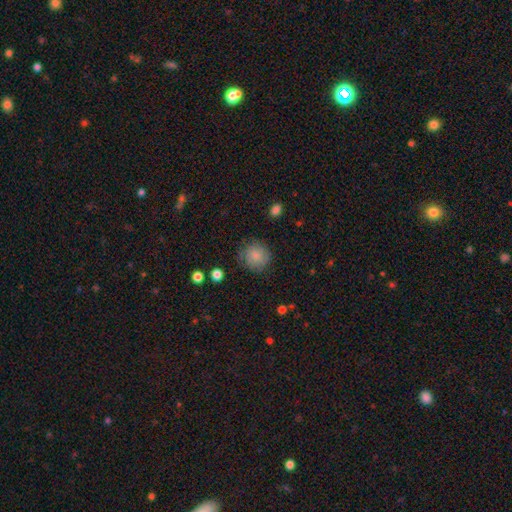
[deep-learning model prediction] The model was most divided on "merging": none: 76%, minor disturbance: 17%, major disturbance: 6%, merger: 1%. More confident: how rounded — round (89%); smooth or featured — smooth (77%).